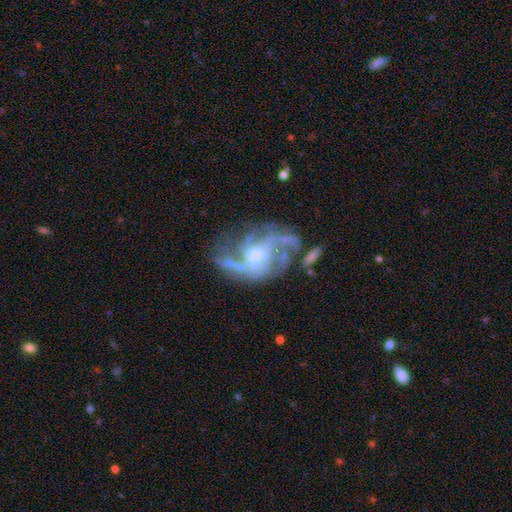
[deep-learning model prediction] This is clearly a featured or disk galaxy (87%). It is clearly not viewed edge-on (98%). Bar: likely no (63%). Spiral arm pattern: clearly yes (92%). Spiral arm count: marginally 2 (28%). Spiral winding: possibly medium (46%). Central bulge: possibly small (58%). Merging: possibly none (50%).